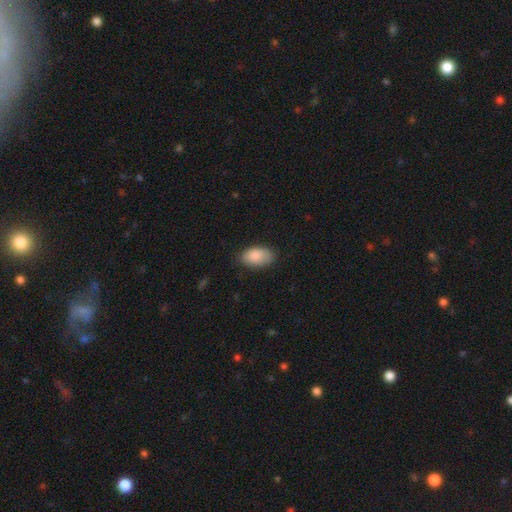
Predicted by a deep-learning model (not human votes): The model was most divided on "merging": none: 79%, minor disturbance: 17%, major disturbance: 3%, merger: 1%. More confident: how rounded — in between (94%); smooth or featured — smooth (87%).